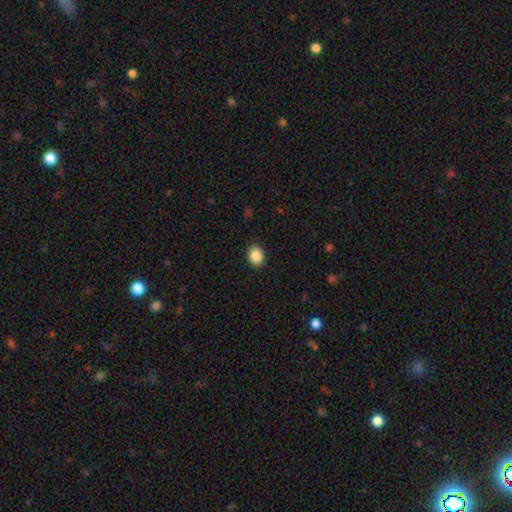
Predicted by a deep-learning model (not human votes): A smooth galaxy with no disk features (88%) that is in between round and cigar-shaped (50%).

Vote fractions:
- Smooth or featured? smooth: 88% / star or artifact: 9% / featured or disk: 4%
- How rounded? in between: 50% / round: 49% / cigar-shaped: 1%
- Merging? none: 89% / minor disturbance: 8% / major disturbance: 2% / merger: 1%